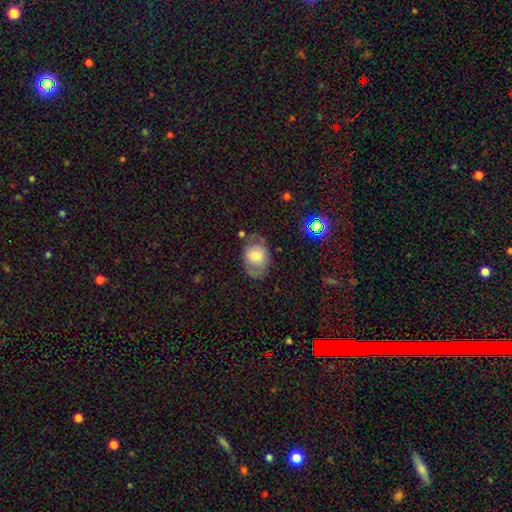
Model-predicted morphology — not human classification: Smooth or featured? Predicted: smooth (p=0.65). How rounded? Predicted: in between (p=0.68). Merging? Predicted: none (p=0.58).